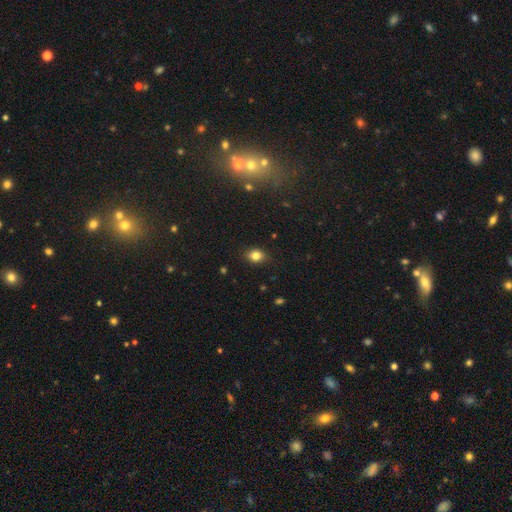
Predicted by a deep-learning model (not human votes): This is clearly a smooth galaxy (82%). How rounded: possibly in between (58%). Merging: clearly none (86%).